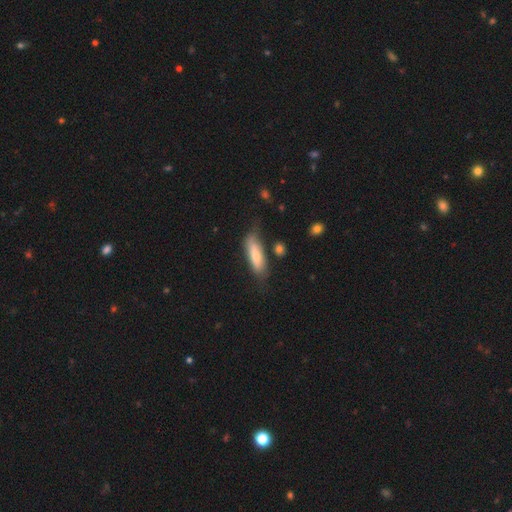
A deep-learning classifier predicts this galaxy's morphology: The model was most divided on "how rounded": cigar-shaped: 50%, in between: 48%, round: 2%. More confident: smooth or featured — smooth (64%); merging — none (62%).